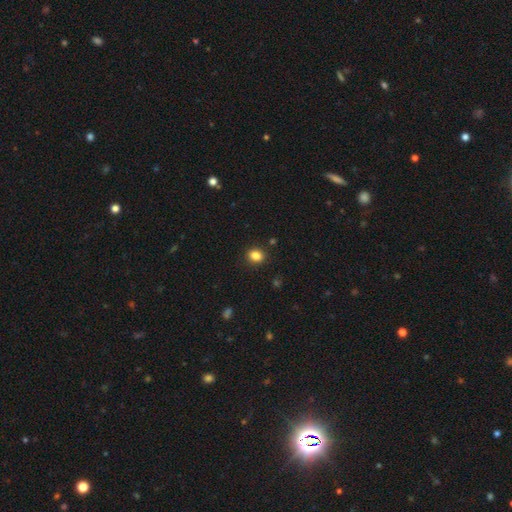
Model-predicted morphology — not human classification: smooth_or_featured: smooth (p=0.85) [alt: star or artifact p=0.11]
how_rounded: round (p=0.55) [alt: in between p=0.44]
merging: none (p=0.89) [alt: minor disturbance p=0.07]